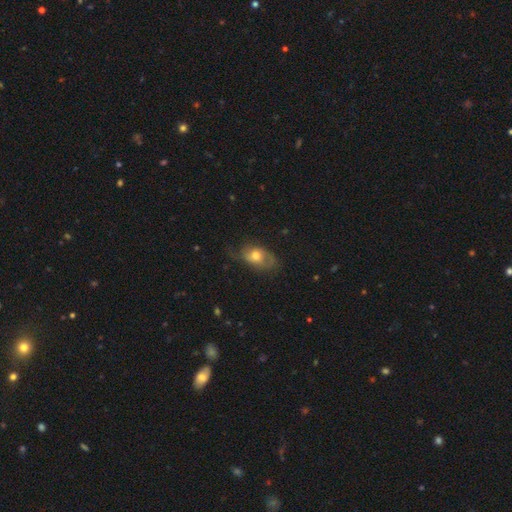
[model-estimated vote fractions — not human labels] The model was most divided on "merging": none: 54%, minor disturbance: 30%, major disturbance: 14%, merger: 2%. More confident: how rounded — in between (81%); smooth or featured — smooth (58%).